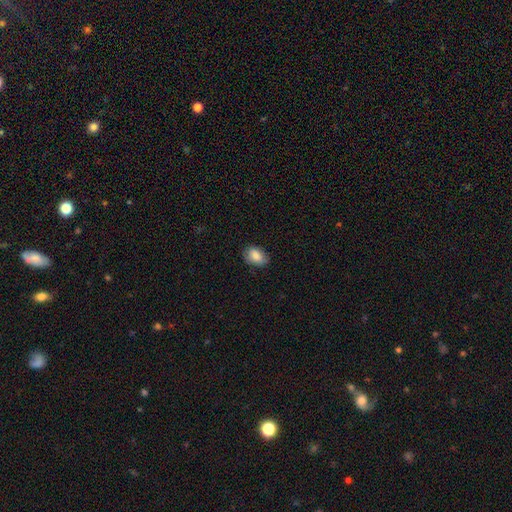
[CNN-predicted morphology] Smooth or featured? smooth (85%)
How rounded? in between (85%)
Merging? none (77%)